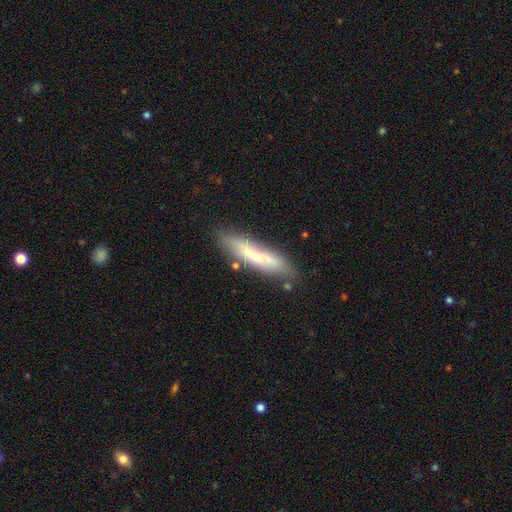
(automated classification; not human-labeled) smooth_or_featured: smooth (p=0.54) [alt: featured or disk p=0.38]
how_rounded: cigar-shaped (p=0.80) [alt: in between p=0.19]
merging: none (p=0.70) [alt: minor disturbance p=0.18]